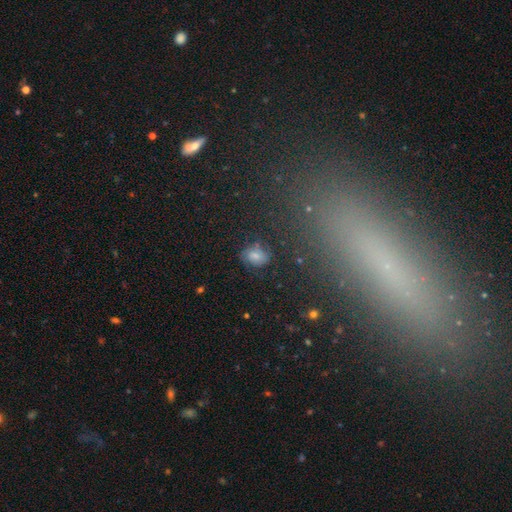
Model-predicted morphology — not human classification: Smooth or featured? smooth (66%)
How rounded? in between (68%)
Merging? none (64%)